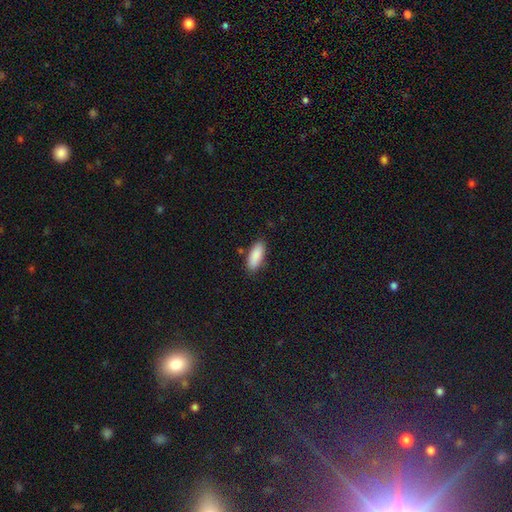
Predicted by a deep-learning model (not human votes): This appears to be a smooth galaxy with no disk features (89%) that is in between round and cigar-shaped (79%). Merging: none (85%).